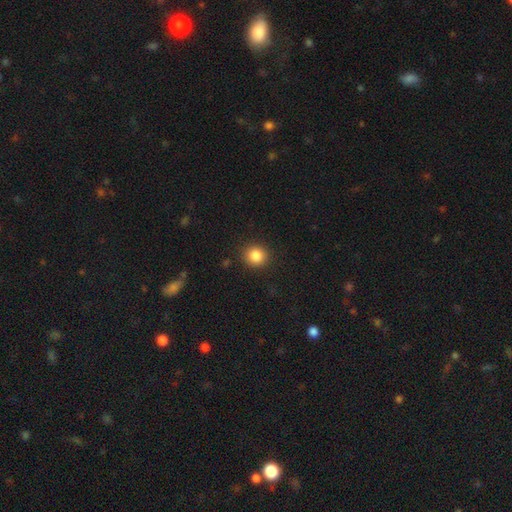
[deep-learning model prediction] smooth 85%, star or artifact 11%, featured or disk 5%. Down the decision tree: how rounded — round (87%); merging — none (90%).